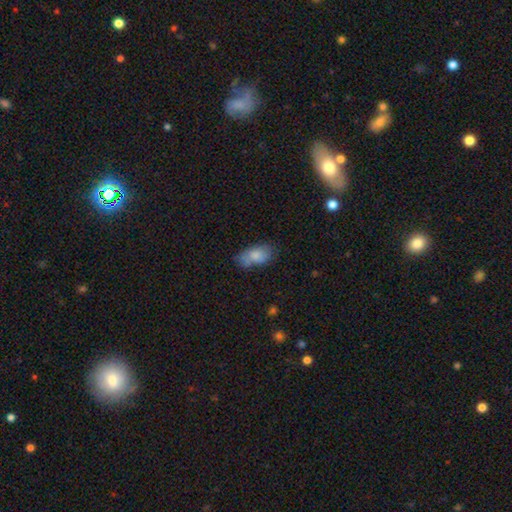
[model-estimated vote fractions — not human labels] smooth 79%, featured or disk 13%, star or artifact 8%. Down the decision tree: how rounded — in between (92%); merging — none (52%).